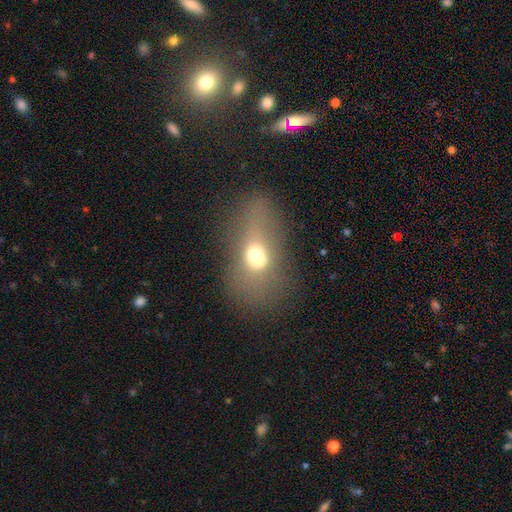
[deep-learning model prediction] A smooth galaxy with no disk features (54%) that is in between round and cigar-shaped (77%). Merging: none (50%).